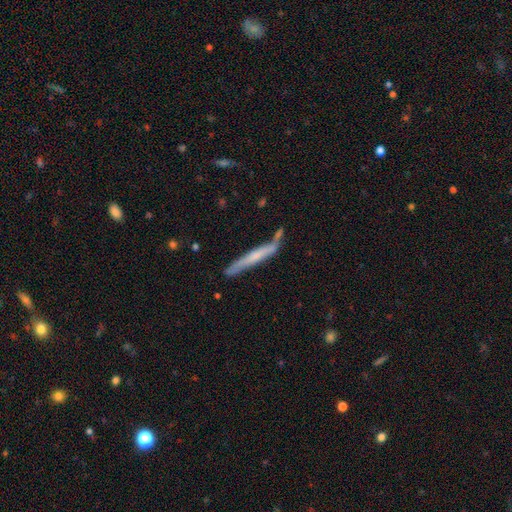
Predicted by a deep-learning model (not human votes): Morphology: type=featured or disk (49%); merging=none (65%).